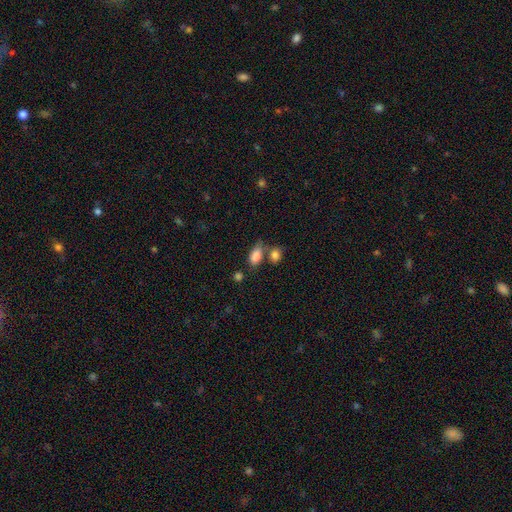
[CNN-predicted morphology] type=smooth (85%); roundness=in between (89%); merging=none (51%).